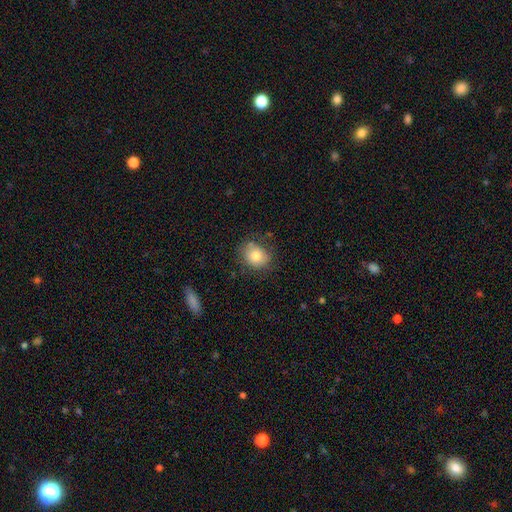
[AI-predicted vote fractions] Smooth or featured? smooth (79%)
How rounded? round (59%)
Merging? none (73%)